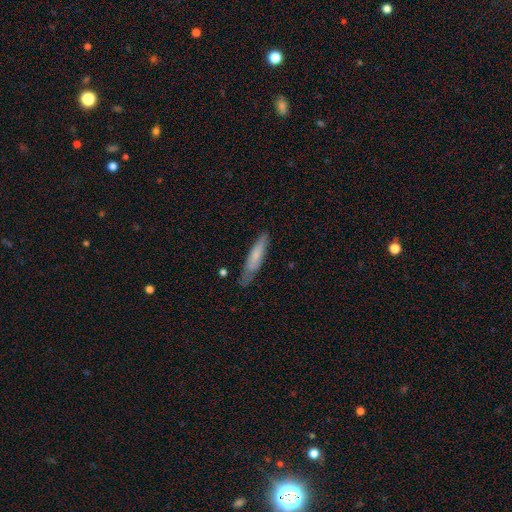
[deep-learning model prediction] smooth 68%, featured or disk 26%, star or artifact 6%. Down the decision tree: how rounded — cigar-shaped (84%); merging — none (73%).